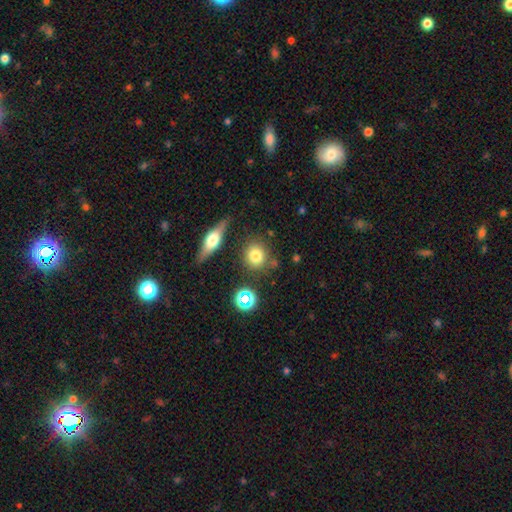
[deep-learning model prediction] smooth_or_featured: smooth (p=0.75) [alt: star or artifact p=0.13]
how_rounded: round (p=0.82) [alt: in between p=0.16]
merging: none (p=0.79) [alt: minor disturbance p=0.11]